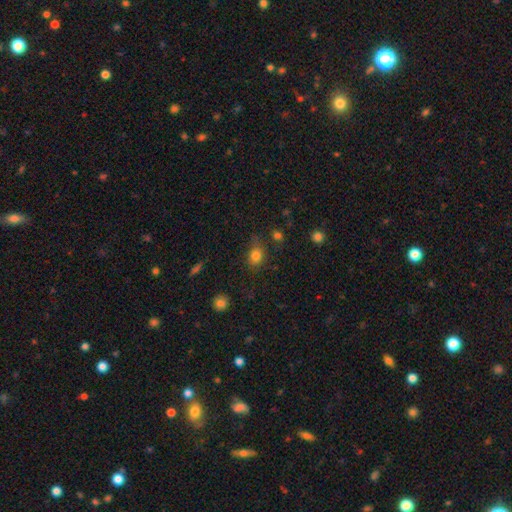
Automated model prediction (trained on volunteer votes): Q: Smooth or featured?
A: smooth (81%); runner-up: star or artifact (12%)
Q: How rounded?
A: in between (54%); runner-up: round (44%)
Q: Merging?
A: none (67%); runner-up: minor disturbance (23%)